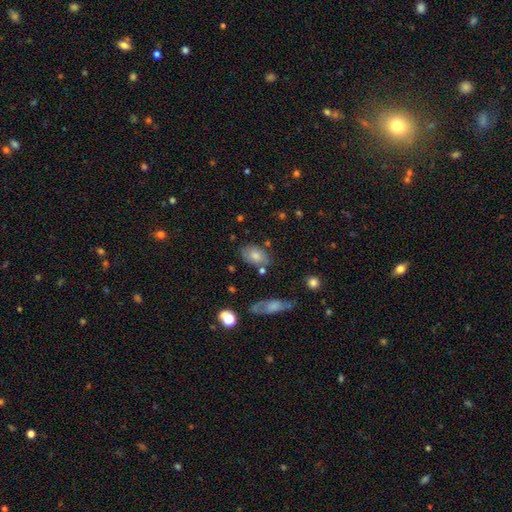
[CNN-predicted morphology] smooth-or-featured: smooth: 74% | featured or disk: 18% | star or artifact: 9%
  how-rounded: in between: 87% | round: 11% | cigar-shaped: 2%
  merging: none: 68% | minor disturbance: 20% | merger: 7% | major disturbance: 5%